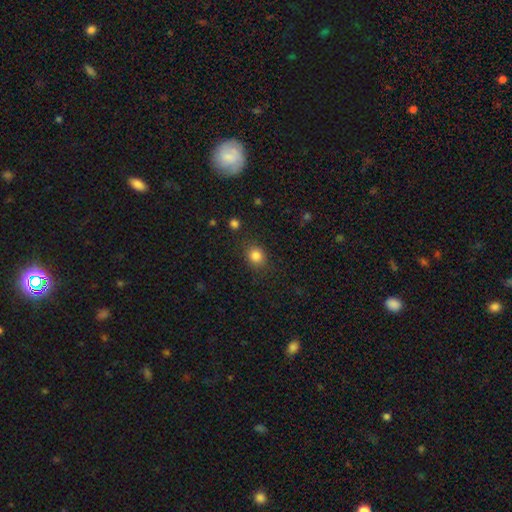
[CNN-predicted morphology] smooth_or_featured: smooth (p=0.84) [alt: star or artifact p=0.11]
how_rounded: round (p=0.72) [alt: in between p=0.28]
merging: none (p=0.85) [alt: minor disturbance p=0.10]